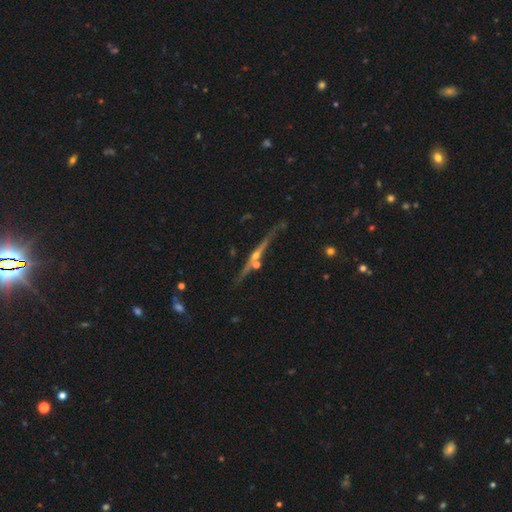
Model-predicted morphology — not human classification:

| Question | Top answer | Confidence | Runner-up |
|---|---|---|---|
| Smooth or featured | featured or disk | 76% | smooth (13%) |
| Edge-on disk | yes | 95% | no (5%) |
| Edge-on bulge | rounded | 82% | none (14%) |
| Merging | none | 74% | minor disturbance (13%) |